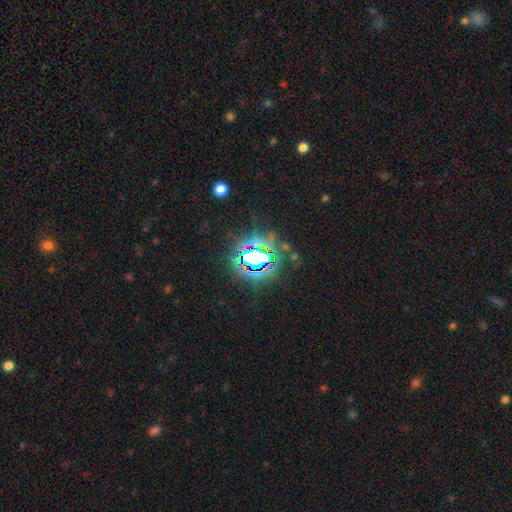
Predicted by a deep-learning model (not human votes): This is likely a star or artifact rather than a galaxy (72%).